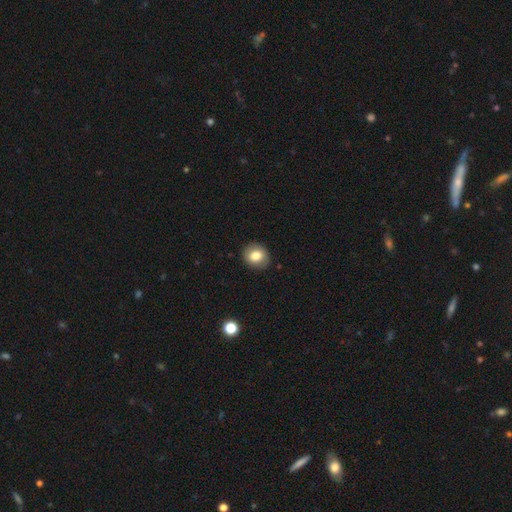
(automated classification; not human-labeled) smooth 81%, featured or disk 10%, star or artifact 9%. Down the decision tree: how rounded — round (71%); merging — none (89%).